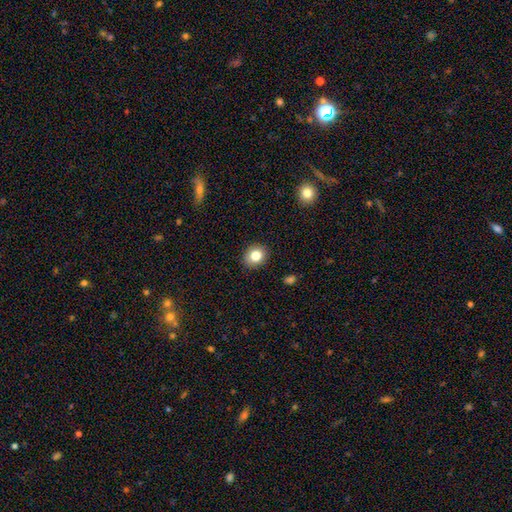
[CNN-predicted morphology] Smooth or featured?
  - smooth: 82% *
  - star or artifact: 10%
  - featured or disk: 8%
How rounded?
  - round: 66% *
  - in between: 33%
  - cigar-shaped: 1%
Merging?
  - none: 90% *
  - minor disturbance: 8%
  - major disturbance: 2%
  - merger: 1%